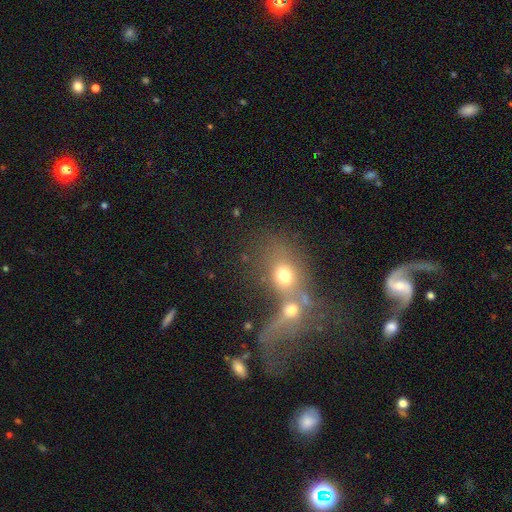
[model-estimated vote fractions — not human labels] Q: Smooth or featured?
A: smooth (46%); runner-up: featured or disk (31%)
Q: Merging?
A: merger (65%); runner-up: none (17%)